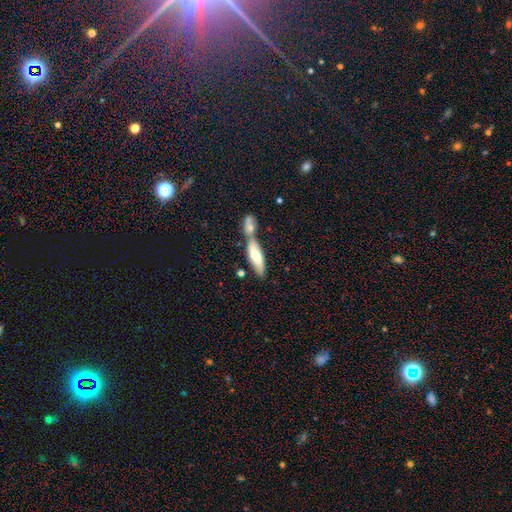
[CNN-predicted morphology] smooth 62%, featured or disk 32%, star or artifact 6%. Down the decision tree: how rounded — in between (50%); merging — merger (47%).